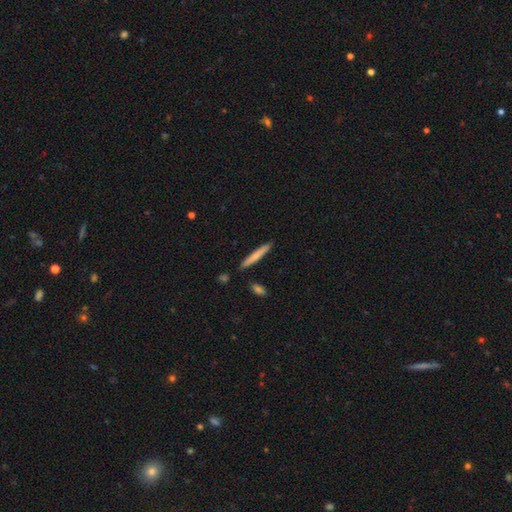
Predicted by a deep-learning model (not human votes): Smooth or featured: smooth — 70% (featured or disk — 24%)
How rounded: cigar-shaped — 95% (in between — 4%)
Merging: none — 89% (minor disturbance — 7%)